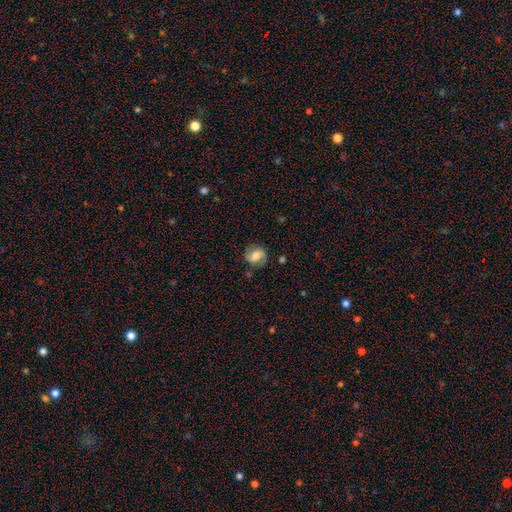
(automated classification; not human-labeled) A smooth galaxy with no disk features (50%) that is round (64%).

Vote fractions:
- Smooth or featured? smooth: 50% / featured or disk: 41% / star or artifact: 9%
- How rounded? round: 64% / in between: 35% / cigar-shaped: 1%
- Merging? none: 76% / minor disturbance: 17% / major disturbance: 6% / merger: 2%